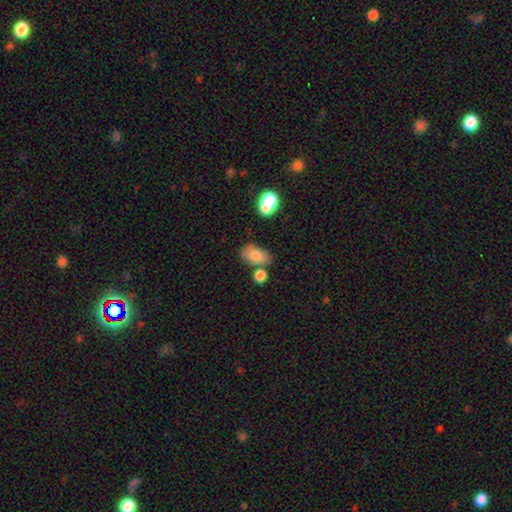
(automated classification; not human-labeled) smooth-or-featured: smooth: 79% | featured or disk: 12% | star or artifact: 9%
  how-rounded: in between: 88% | round: 10% | cigar-shaped: 2%
  merging: none: 53% | minor disturbance: 22% | merger: 17% | major disturbance: 8%